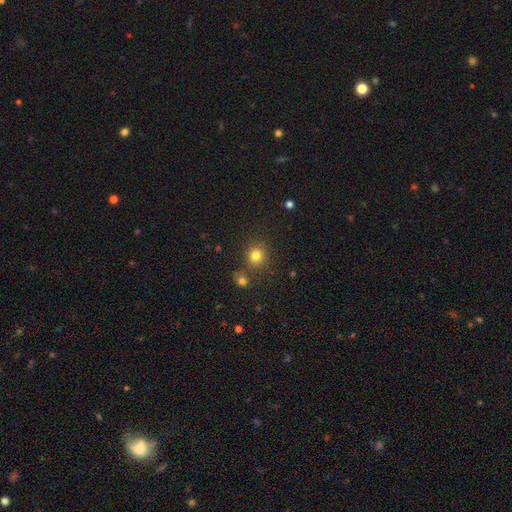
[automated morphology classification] smooth_or_featured: smooth (p=0.79) [alt: star or artifact p=0.14]
how_rounded: round (p=0.86) [alt: in between p=0.13]
merging: none (p=0.77) [alt: merger p=0.11]